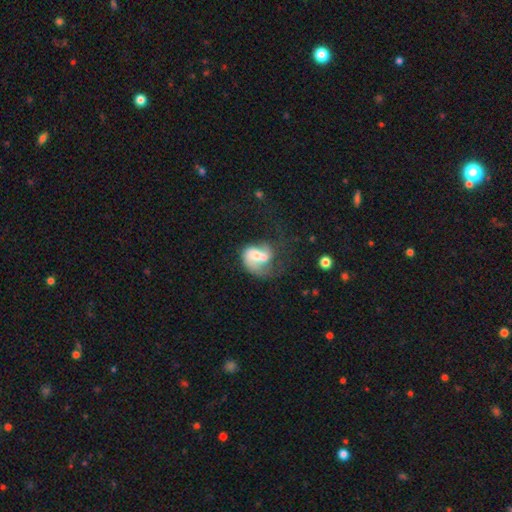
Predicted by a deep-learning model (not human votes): Smooth or featured: featured or disk — 49% (smooth — 42%)
Merging: major disturbance — 34% (merger — 29%)